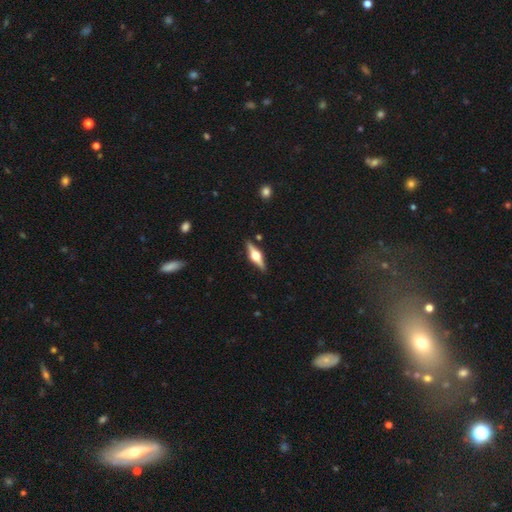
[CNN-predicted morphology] smooth-or-featured: featured or disk: 75% | smooth: 19% | star or artifact: 6%
  disk-edge-on: yes: 97% | no: 3%
    edge-on-bulge: rounded: 95% | boxy: 3% | none: 1%
  merging: none: 89% | minor disturbance: 8% | major disturbance: 2% | merger: 2%